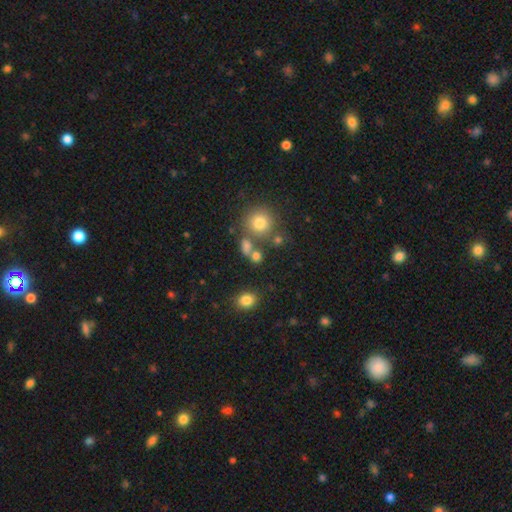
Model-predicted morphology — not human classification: Overall: smooth (73%). How rounded: round (67%; in between 31%). Merging: none (55%; merger 27%).